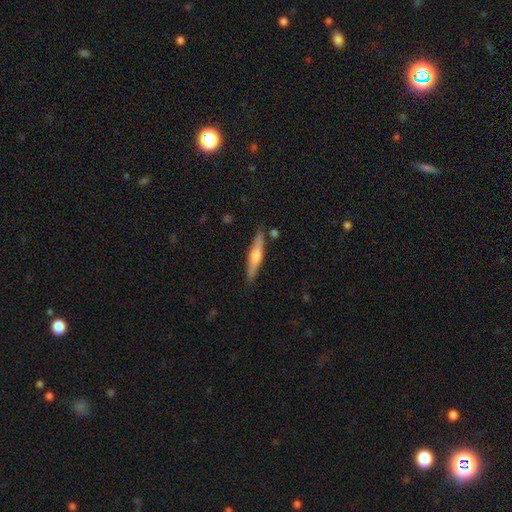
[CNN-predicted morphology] Overall: featured or disk (55%; smooth 39%). Edge-on disk: yes (95%). Edge-on bulge: rounded (87%). Merging: none (86%).